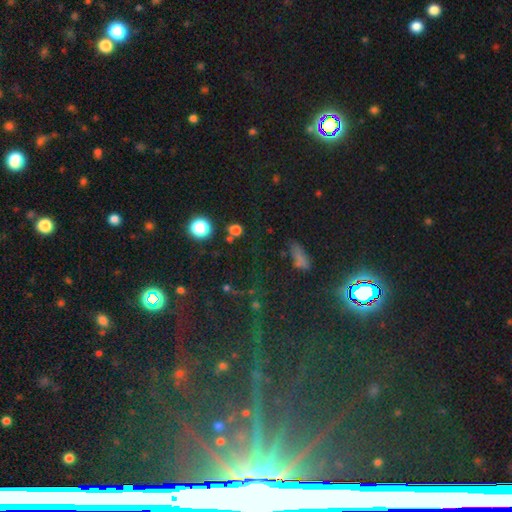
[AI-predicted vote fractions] Q: Smooth or featured?
A: star or artifact (67%); runner-up: smooth (17%)